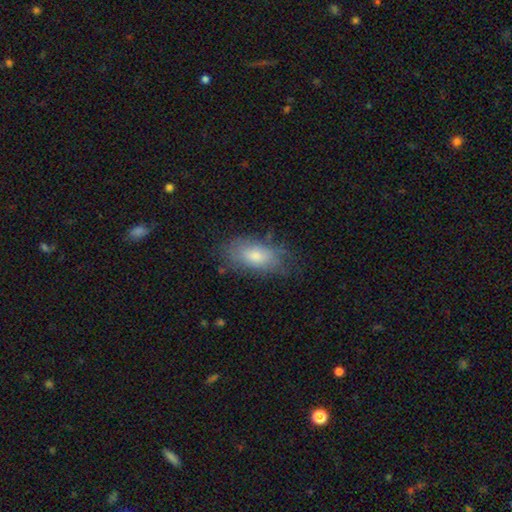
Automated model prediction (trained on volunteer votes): Smooth or featured? smooth (72%)
How rounded? in between (90%)
Merging? none (65%)